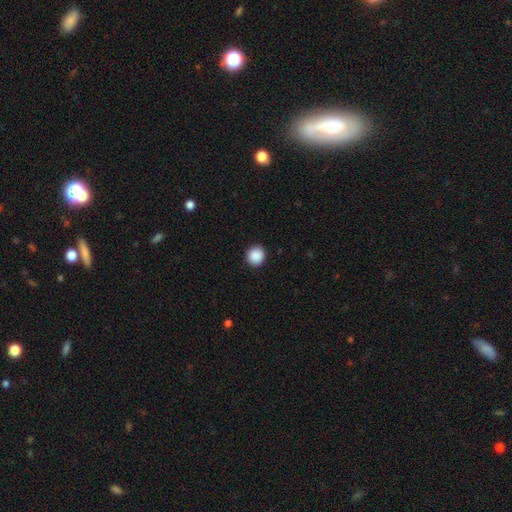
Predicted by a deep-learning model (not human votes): A smooth galaxy with no disk features (89%) that is round (92%).

Vote fractions:
- Smooth or featured? smooth: 89% / star or artifact: 8% / featured or disk: 2%
- How rounded? round: 92% / in between: 7% / cigar-shaped: 1%
- Merging? none: 92% / minor disturbance: 5% / major disturbance: 2% / merger: 1%